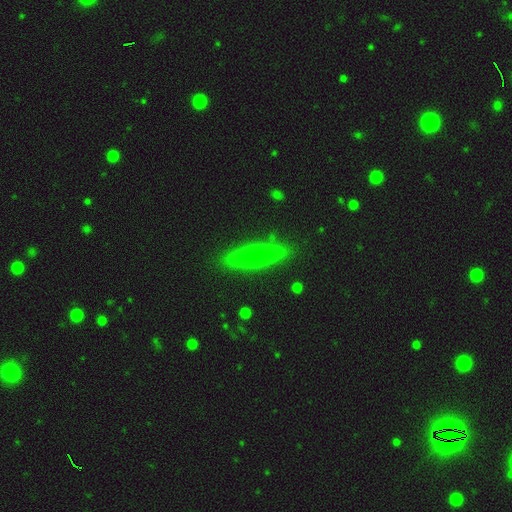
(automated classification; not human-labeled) Overall: featured or disk (50%; smooth 43%). Edge-on disk: yes (94%). Merging: none (89%).